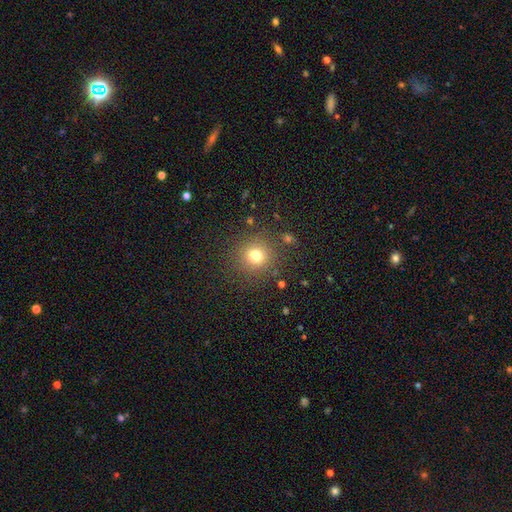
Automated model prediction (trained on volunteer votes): Smooth or featured? Predicted: smooth (p=0.75). How rounded? Predicted: round (p=0.92). Merging? Predicted: none (p=0.86).